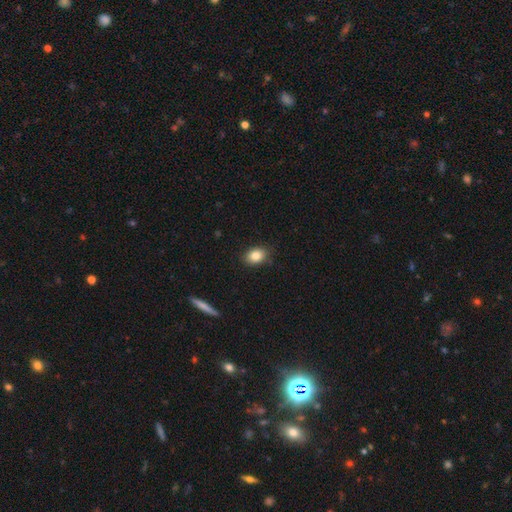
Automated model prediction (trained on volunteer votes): A smooth galaxy with no disk features (84%) that is in between round and cigar-shaped (71%).

Vote fractions:
- Smooth or featured? smooth: 84% / star or artifact: 9% / featured or disk: 7%
- How rounded? in between: 71% / round: 27% / cigar-shaped: 1%
- Merging? none: 85% / minor disturbance: 12% / major disturbance: 2% / merger: 1%